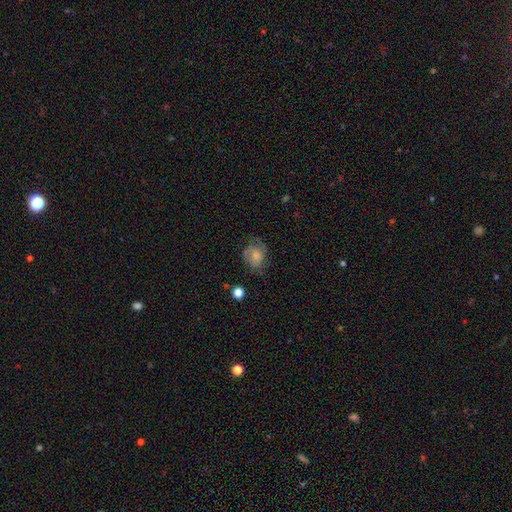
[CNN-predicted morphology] A smooth galaxy with no disk features (59%) that is round (57%).

Vote fractions:
- Smooth or featured? smooth: 59% / featured or disk: 31% / star or artifact: 9%
- How rounded? round: 57% / in between: 42% / cigar-shaped: 1%
- Merging? none: 52% / minor disturbance: 28% / major disturbance: 18% / merger: 2%